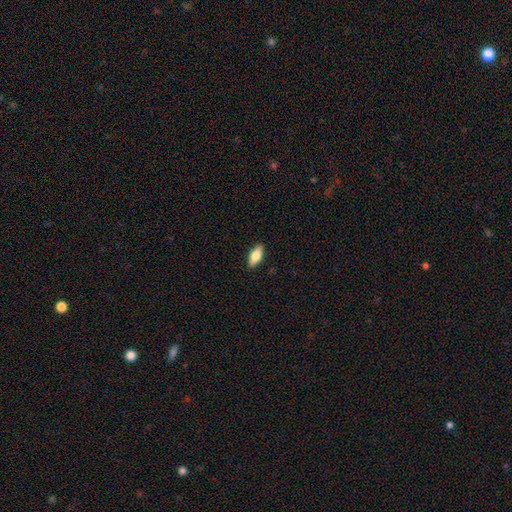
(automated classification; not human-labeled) The model was most divided on "smooth or featured": smooth: 74%, featured or disk: 20%, star or artifact: 6%. More confident: merging — none (90%); how rounded — in between (80%).